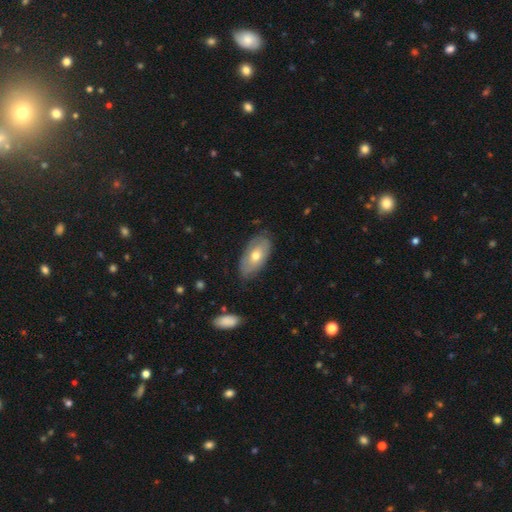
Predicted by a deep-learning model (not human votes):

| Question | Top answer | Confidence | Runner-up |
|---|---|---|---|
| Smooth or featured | smooth | 55% | featured or disk (39%) |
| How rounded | in between | 92% | round (4%) |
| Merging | none | 74% | minor disturbance (20%) |